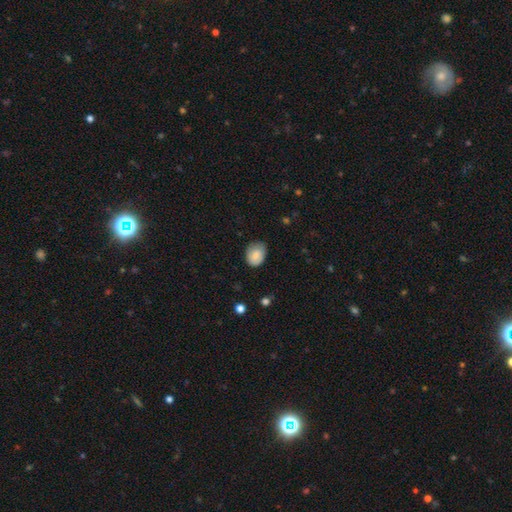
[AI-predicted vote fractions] Smooth or featured? Predicted: smooth (p=0.79). How rounded? Predicted: in between (p=0.63). Merging? Predicted: none (p=0.68).